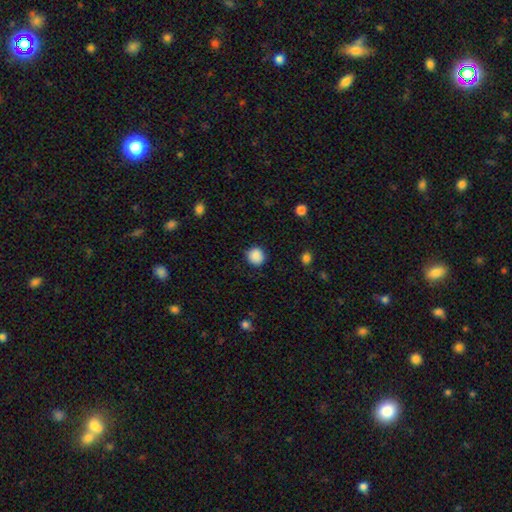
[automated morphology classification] Smooth or featured? smooth (88%)
How rounded? round (89%)
Merging? none (88%)